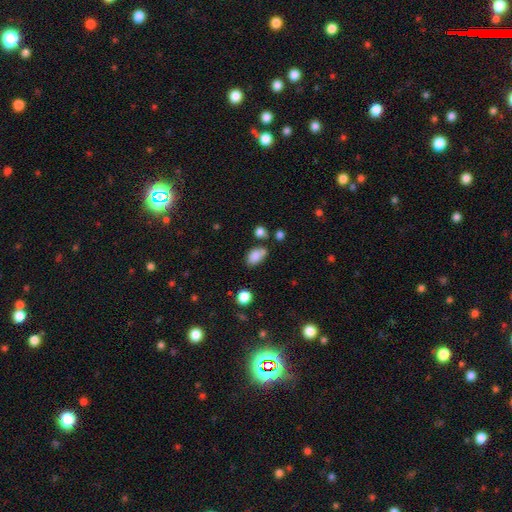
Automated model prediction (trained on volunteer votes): Smooth or featured: smooth — 83% (star or artifact — 10%)
How rounded: in between — 85% (round — 13%)
Merging: none — 54% (minor disturbance — 23%)